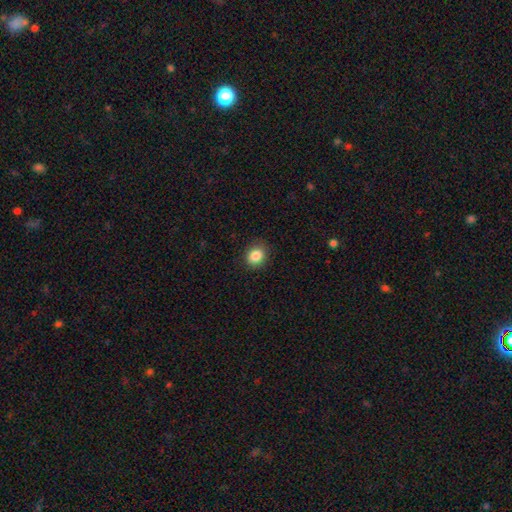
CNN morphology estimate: Smooth or featured?
  - smooth: 85% *
  - star or artifact: 10%
  - featured or disk: 5%
How rounded?
  - round: 66% *
  - in between: 33%
  - cigar-shaped: 1%
Merging?
  - none: 87% *
  - minor disturbance: 9%
  - major disturbance: 3%
  - merger: 1%